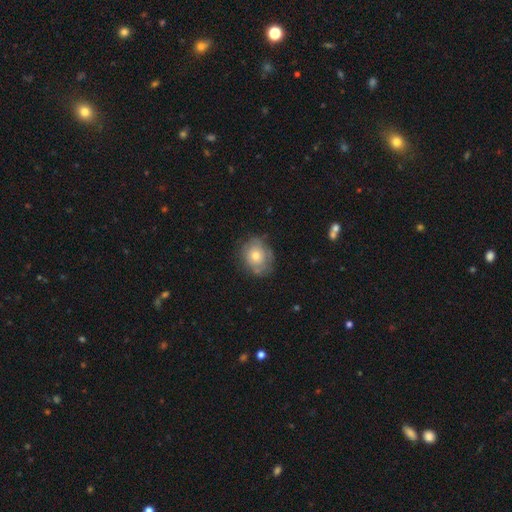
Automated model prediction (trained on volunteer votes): A smooth galaxy with no disk features (58%) that is round (58%).

Vote fractions:
- Smooth or featured? smooth: 58% / featured or disk: 33% / star or artifact: 9%
- How rounded? round: 58% / in between: 41% / cigar-shaped: 1%
- Merging? none: 68% / minor disturbance: 23% / major disturbance: 7% / merger: 2%